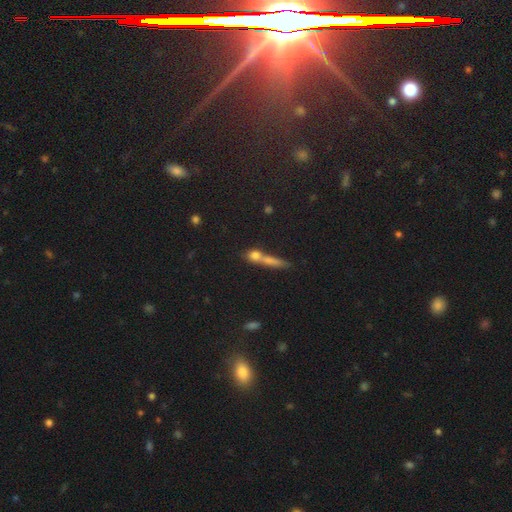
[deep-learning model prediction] This is likely a smooth galaxy (64%). How rounded: possibly cigar-shaped (46%). Merging: marginally none (42%).